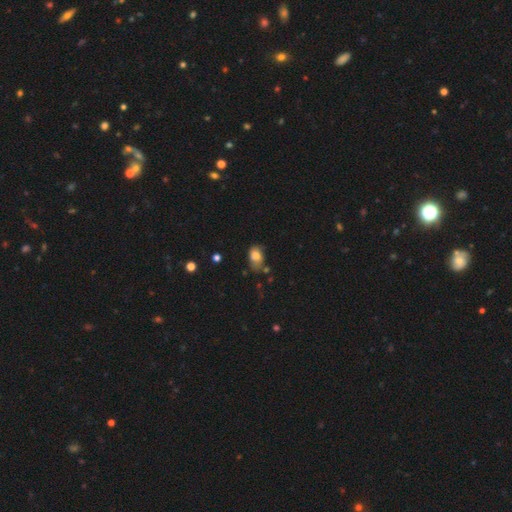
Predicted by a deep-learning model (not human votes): This appears to be a smooth galaxy with no disk features (78%) that is in between round and cigar-shaped (79%). Merging: none (43%).